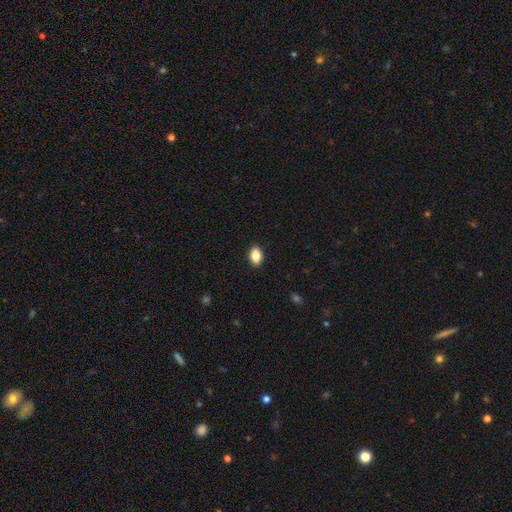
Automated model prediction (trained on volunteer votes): A smooth galaxy with no disk features (86%) that is in between round and cigar-shaped (87%).

Vote fractions:
- Smooth or featured? smooth: 86% / star or artifact: 8% / featured or disk: 6%
- How rounded? in between: 87% / round: 11% / cigar-shaped: 2%
- Merging? none: 90% / minor disturbance: 7% / major disturbance: 2% / merger: 1%